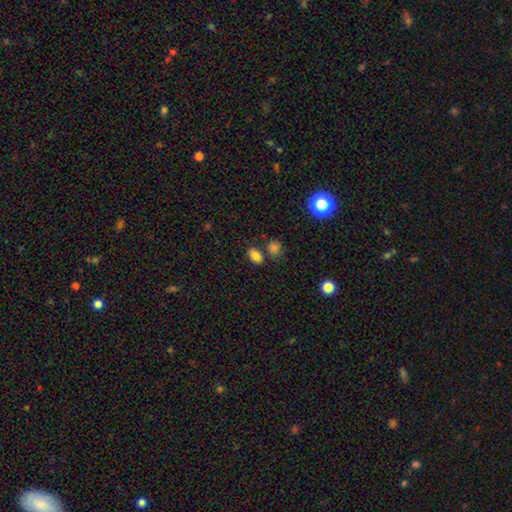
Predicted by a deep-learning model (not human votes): This appears to be a smooth galaxy with no disk features (82%) that is in between round and cigar-shaped (80%). Merging: none (71%).